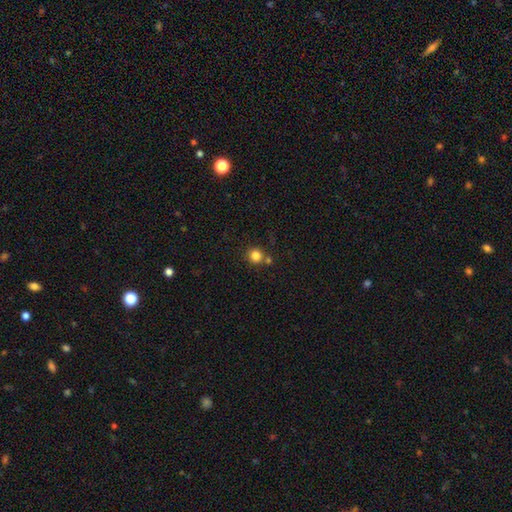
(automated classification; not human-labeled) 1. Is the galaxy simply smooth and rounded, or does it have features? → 83% smooth, 12% star or artifact, 6% featured or disk.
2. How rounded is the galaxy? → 91% round, 8% in between, 1% cigar-shaped.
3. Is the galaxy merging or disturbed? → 72% none, 16% merger, 9% minor disturbance, 3% major disturbance.